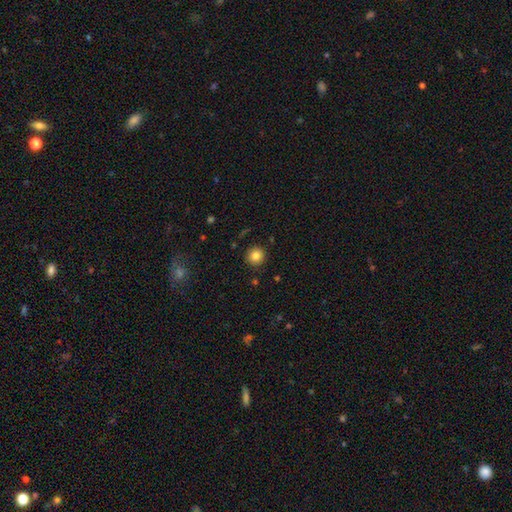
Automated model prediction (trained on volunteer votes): Overall: smooth (83%). How rounded: round (94%). Merging: none (91%).